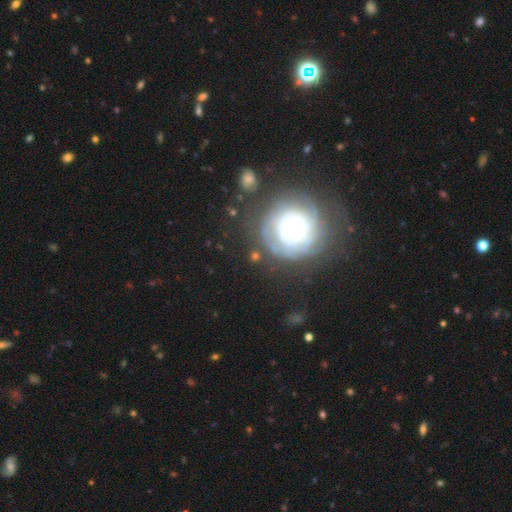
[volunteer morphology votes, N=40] This appears to be a featured or disk galaxy (62%) with no bar (88%), tight (94%) spiral arms (68%) and a moderate central bulge (68%). Merging: none (77%).